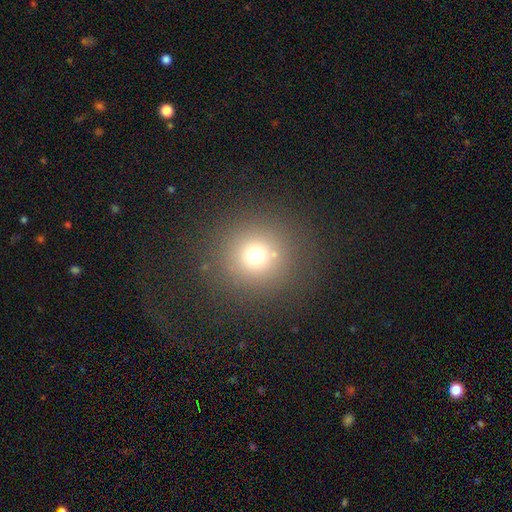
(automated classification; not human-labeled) The model was most divided on "smooth or featured": smooth: 69%, star or artifact: 22%, featured or disk: 9%. More confident: how rounded — round (94%); merging — none (85%).